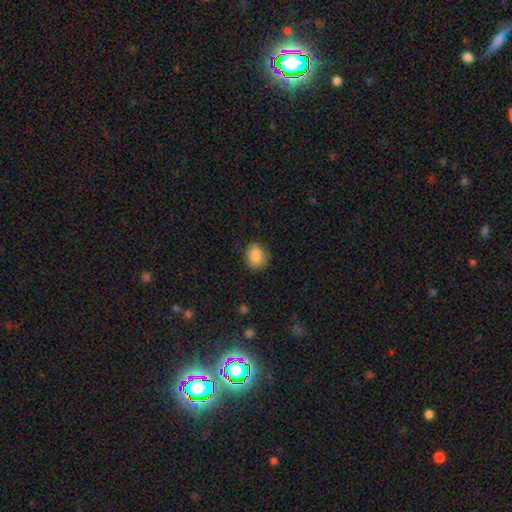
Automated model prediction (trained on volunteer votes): Smooth or featured?
  - smooth: 87% *
  - star or artifact: 8%
  - featured or disk: 5%
How rounded?
  - round: 61% *
  - in between: 38%
  - cigar-shaped: 1%
Merging?
  - none: 82% *
  - minor disturbance: 13%
  - major disturbance: 3%
  - merger: 1%